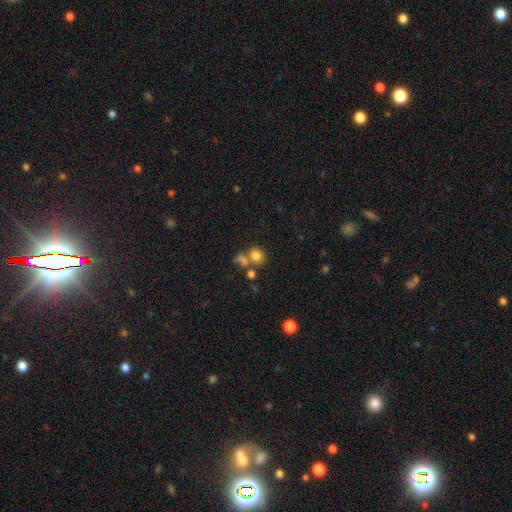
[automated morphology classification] The model was most divided on "merging": none: 53%, merger: 31%, minor disturbance: 10%, major disturbance: 6%. More confident: how rounded — round (78%); smooth or featured — smooth (78%).